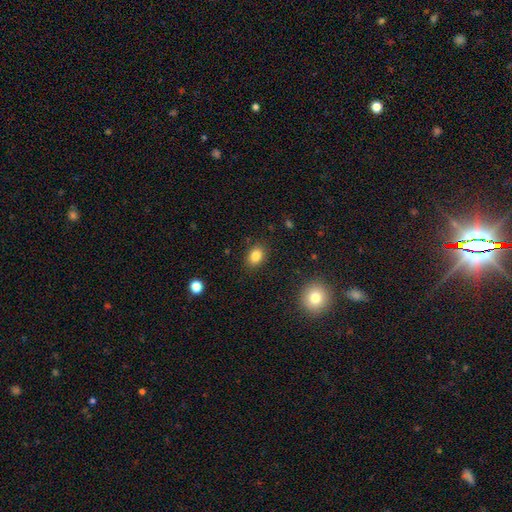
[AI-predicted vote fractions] Overall: smooth (84%). How rounded: in between (69%; round 30%). Merging: none (87%).